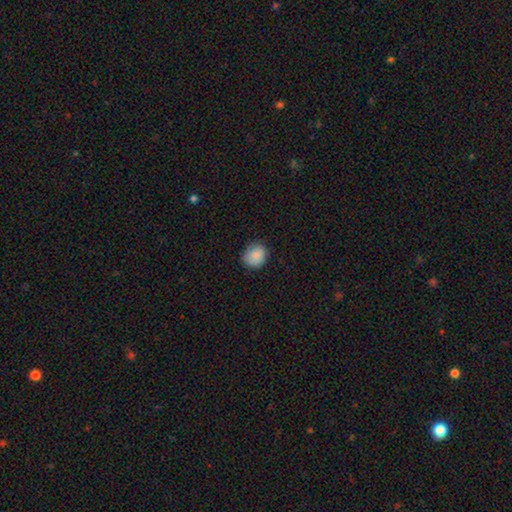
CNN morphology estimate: smooth-or-featured: smooth: 88% | star or artifact: 8% | featured or disk: 4%
  how-rounded: round: 70% | in between: 30% | cigar-shaped: 1%
  merging: none: 81% | minor disturbance: 15% | major disturbance: 3% | merger: 1%